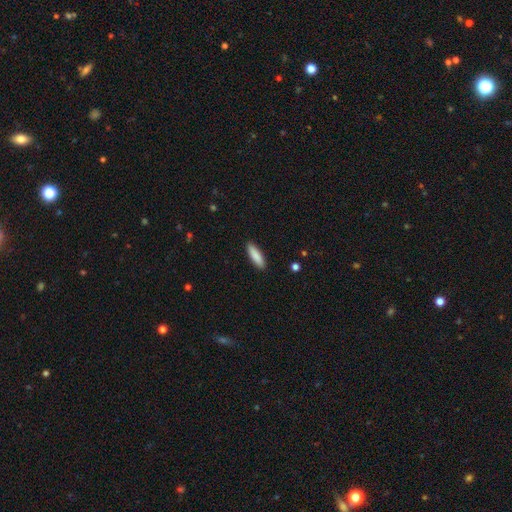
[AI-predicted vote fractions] This is clearly a smooth galaxy (88%). How rounded: possibly cigar-shaped (57%). Merging: clearly none (90%).